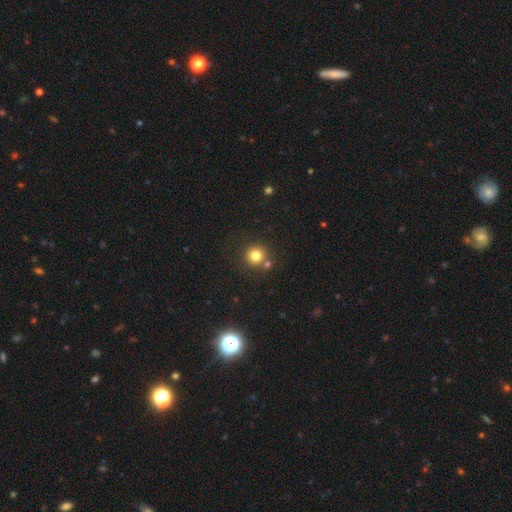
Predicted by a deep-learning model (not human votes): A smooth galaxy with no disk features (79%) that is round (94%).

Vote fractions:
- Smooth or featured? smooth: 79% / star or artifact: 13% / featured or disk: 7%
- How rounded? round: 94% / in between: 5% / cigar-shaped: 1%
- Merging? none: 77% / merger: 12% / minor disturbance: 8% / major disturbance: 3%